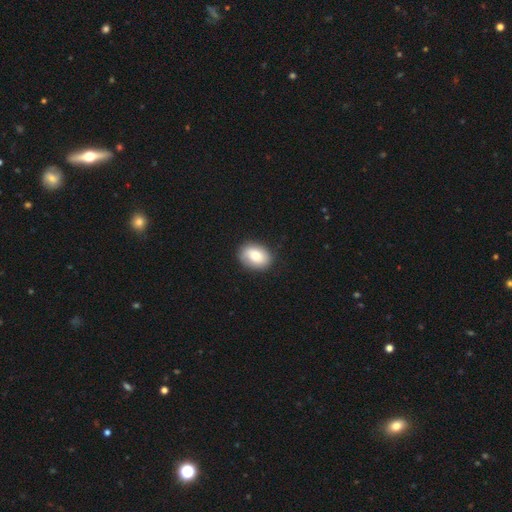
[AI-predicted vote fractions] The model was most divided on "how rounded": in between: 73%, round: 26%, cigar-shaped: 1%. More confident: merging — none (83%); smooth or featured — smooth (78%).